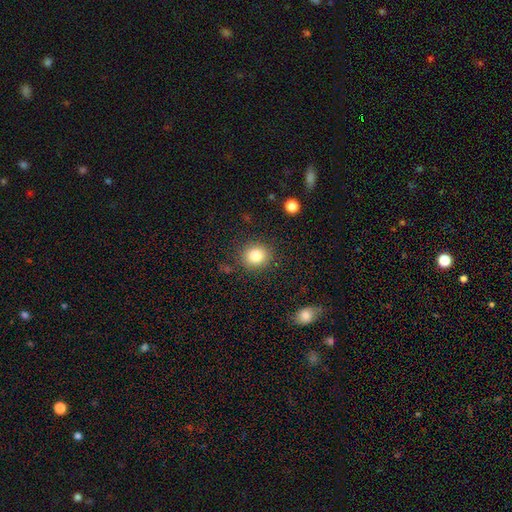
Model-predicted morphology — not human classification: Smooth or featured: smooth — 83% (star or artifact — 11%)
How rounded: round — 83% (in between — 16%)
Merging: none — 86% (minor disturbance — 9%)